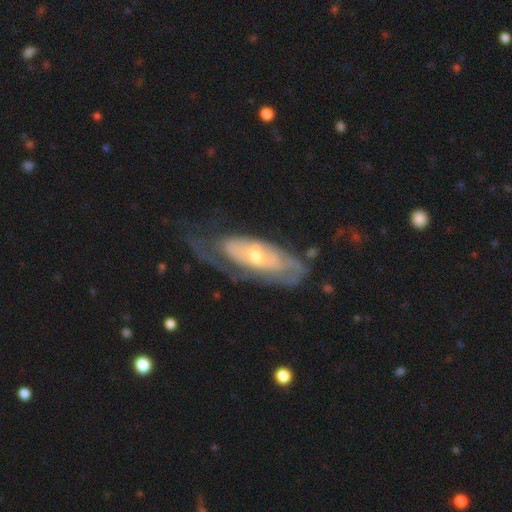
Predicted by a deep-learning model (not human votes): Smooth or featured: featured or disk — 74% (smooth — 20%)
Edge-on disk: no — 85% (yes — 15%)
Bar: no — 69% (weak — 24%)
Spiral arms: yes — 74% (no — 26%)
Bulge size: small — 52% (moderate — 44%)
Merging: none — 41% (major disturbance — 31%)